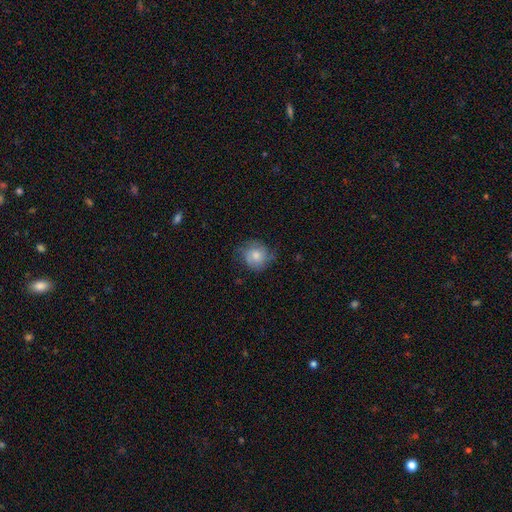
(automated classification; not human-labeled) Smooth or featured? smooth (63%)
How rounded? round (80%)
Merging? none (61%)